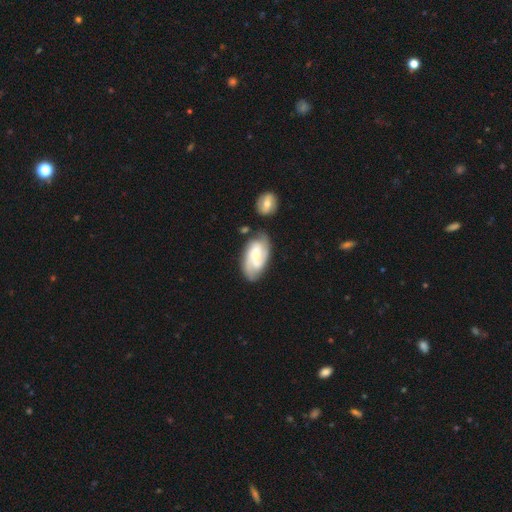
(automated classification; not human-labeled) Morphology: type=featured or disk (70%); edge-on=no (95%); bar=weak (46%); spiral arms=yes (93%); winding=medium (44%); arm count=2 (52%); bulge=small (49%); merging=none (64%).